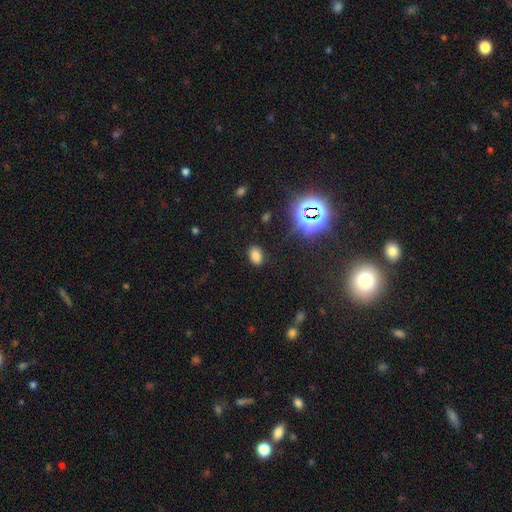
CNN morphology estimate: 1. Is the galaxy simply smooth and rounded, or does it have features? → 74% smooth, 20% star or artifact, 6% featured or disk.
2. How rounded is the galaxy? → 86% in between, 13% round, 1% cigar-shaped.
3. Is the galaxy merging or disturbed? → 87% none, 9% minor disturbance, 3% major disturbance, 1% merger.